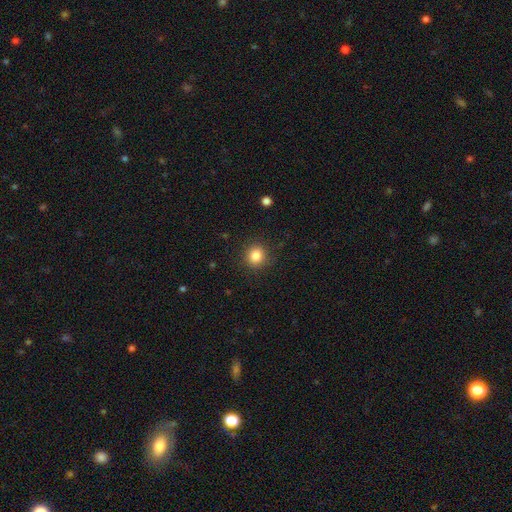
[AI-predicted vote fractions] A smooth galaxy with no disk features (84%) that is round (89%). Merging: none (89%).